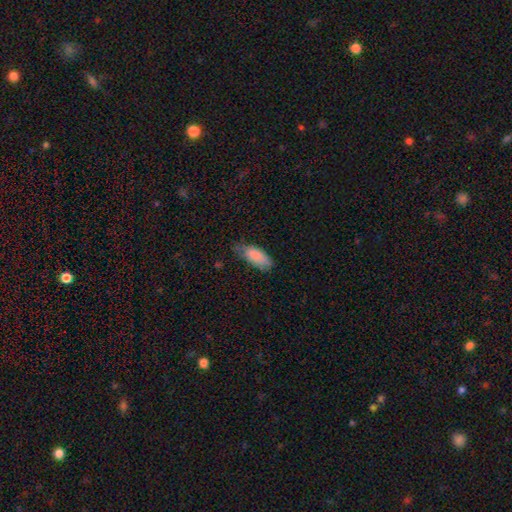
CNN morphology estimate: A smooth galaxy with no disk features (84%) that is in between round and cigar-shaped (84%).

Vote fractions:
- Smooth or featured? smooth: 84% / featured or disk: 9% / star or artifact: 7%
- How rounded? in between: 84% / cigar-shaped: 14% / round: 2%
- Merging? none: 51% / minor disturbance: 38% / major disturbance: 9% / merger: 2%